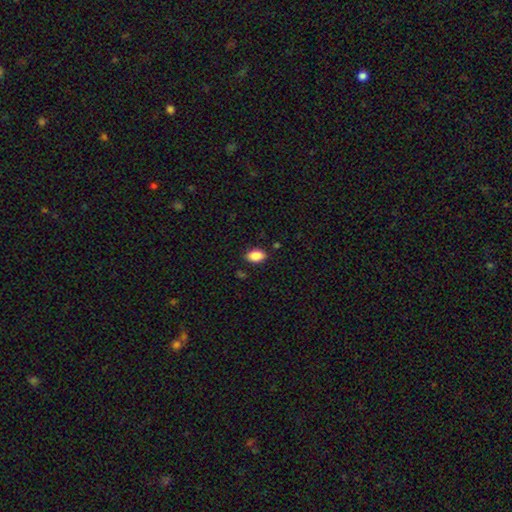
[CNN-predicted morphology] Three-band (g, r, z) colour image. It shows a smooth galaxy with no disk features (87%) that is in between round and cigar-shaped (90%). Merging: none (86%).